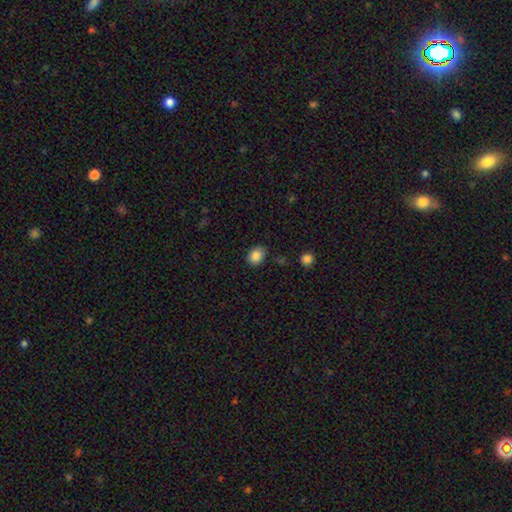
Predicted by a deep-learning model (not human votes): Morphology: type=smooth (86%); roundness=in between (53%); merging=none (80%).